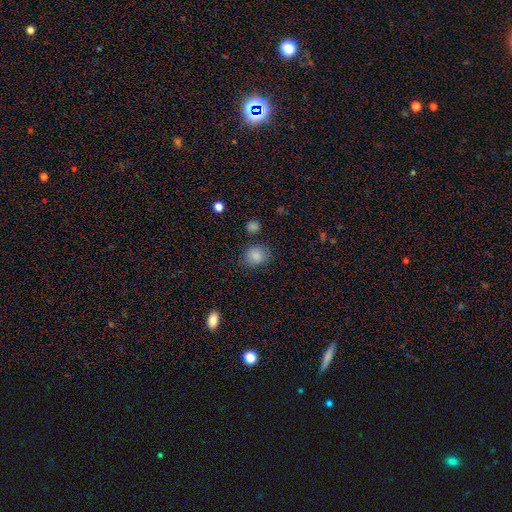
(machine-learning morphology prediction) This is clearly a smooth galaxy (85%). How rounded: likely round (60%). Merging: likely none (79%).